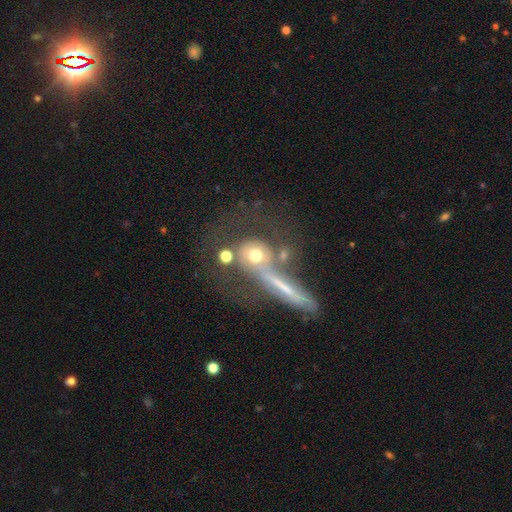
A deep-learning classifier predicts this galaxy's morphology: smooth_or_featured: smooth (p=0.48) [alt: featured or disk p=0.39]
merging: none (p=0.35) [alt: merger p=0.34]